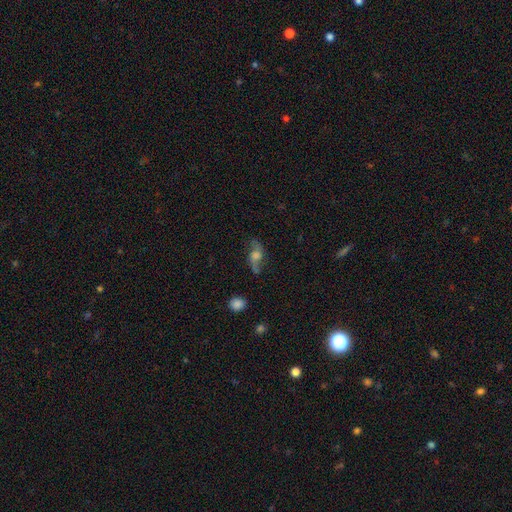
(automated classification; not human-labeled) Smooth or featured?
  - featured or disk: 71% *
  - smooth: 19%
  - star or artifact: 10%
Edge-on disk?
  - no: 86% *
  - yes: 14%
Bar?
  - no: 62% *
  - weak: 30%
  - strong: 8%
Spiral arms?
  - yes: 91% *
  - no: 9%
Spiral winding?
  - loose: 81% *
  - medium: 15%
  - tight: 4%
Spiral arm count?
  - 2: 91% *
  - can't tell: 3%
  - 1: 2%
  - 3: 1%
  - 4: 1%
  - more than 4: 1%
Bulge size?
  - moderate: 41% *
  - large: 30%
  - small: 16%
  - none: 9%
  - dominant: 5%
Merging?
  - none: 70% *
  - minor disturbance: 18%
  - major disturbance: 9%
  - merger: 3%